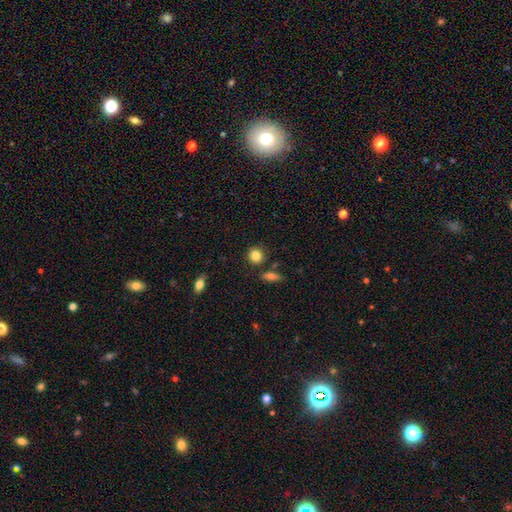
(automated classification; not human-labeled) Morphology: type=smooth (85%); roundness=round (87%); merging=none (84%).